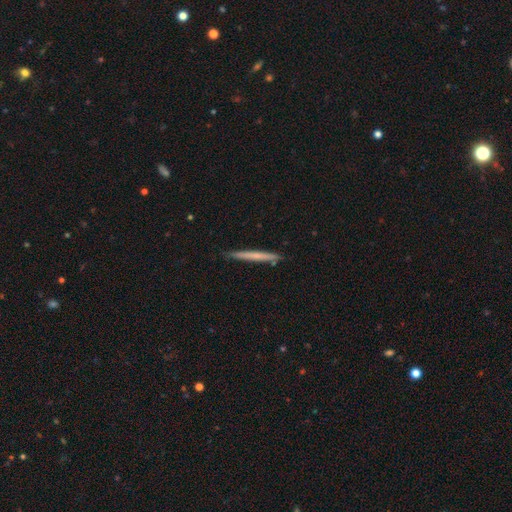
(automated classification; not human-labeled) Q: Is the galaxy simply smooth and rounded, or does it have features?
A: smooth — 53%.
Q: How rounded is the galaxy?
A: cigar-shaped — 97%.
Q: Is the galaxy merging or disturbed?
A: none — 87%.